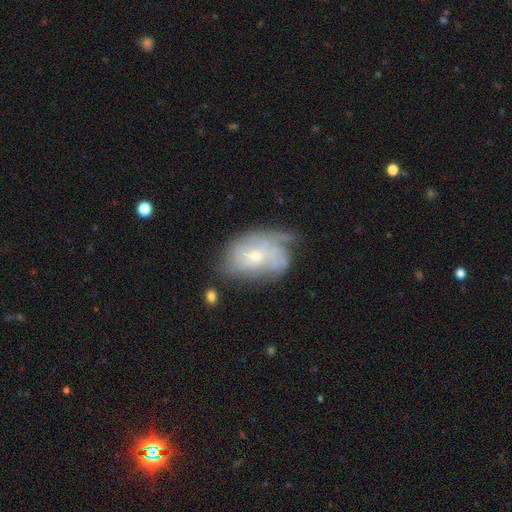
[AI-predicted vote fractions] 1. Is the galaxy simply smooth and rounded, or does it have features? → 62% featured or disk, 29% smooth, 9% star or artifact.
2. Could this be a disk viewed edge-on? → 96% no, 4% yes.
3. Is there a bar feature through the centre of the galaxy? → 77% no, 20% weak, 3% strong.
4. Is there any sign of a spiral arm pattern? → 73% yes, 27% no.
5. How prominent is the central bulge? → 55% small, 39% moderate, 2% none, 2% large, 1% dominant.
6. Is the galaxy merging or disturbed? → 46% none, 31% minor disturbance, 19% major disturbance, 4% merger.